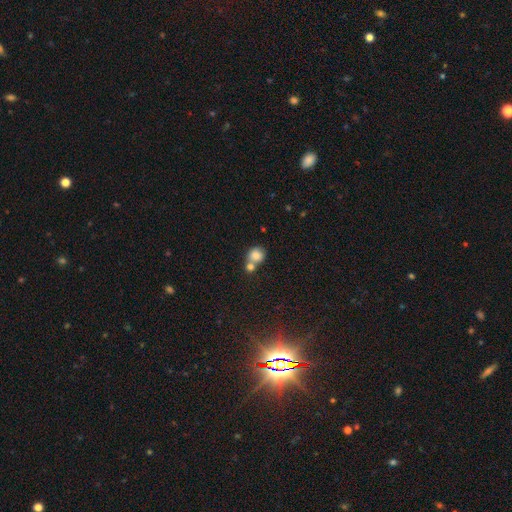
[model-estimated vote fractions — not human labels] The model was most divided on "merging": merger: 44%, none: 43%, minor disturbance: 9%, major disturbance: 3%. More confident: smooth or featured — smooth (81%); how rounded — round (79%).